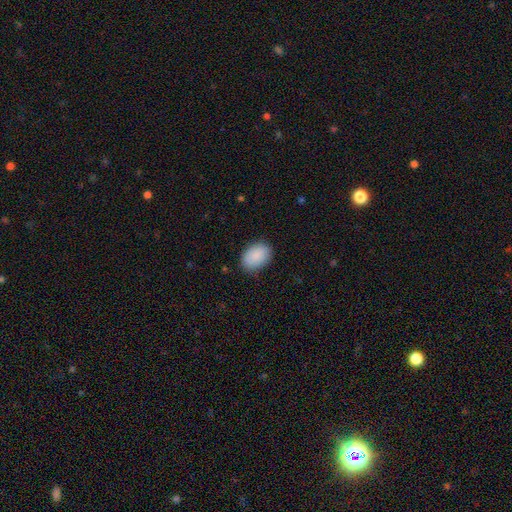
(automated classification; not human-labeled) Morphology: type=smooth (90%); roundness=in between (85%); merging=none (85%).